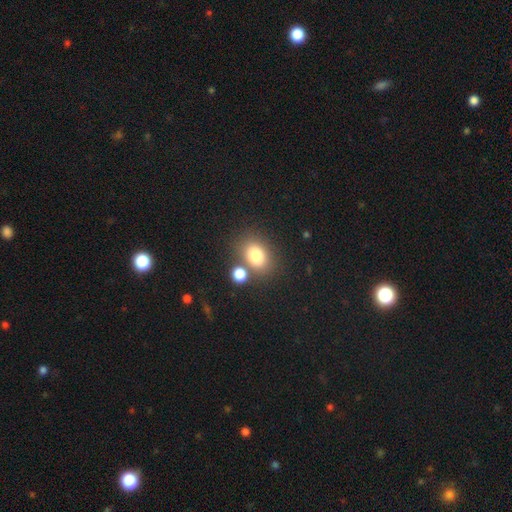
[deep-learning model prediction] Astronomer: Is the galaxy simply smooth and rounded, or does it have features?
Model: smooth — 80%.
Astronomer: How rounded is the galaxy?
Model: in between — 66%.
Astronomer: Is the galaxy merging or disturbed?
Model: none — 65%.